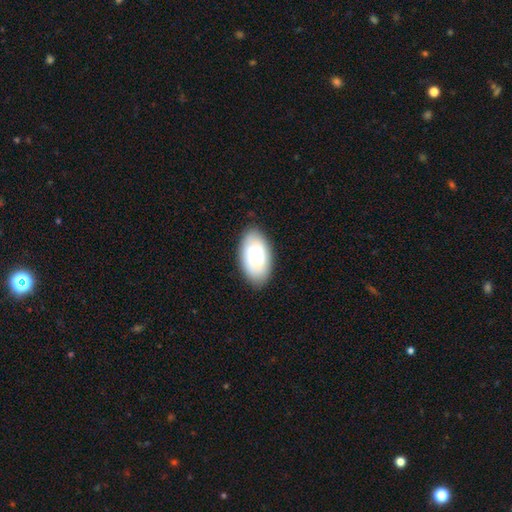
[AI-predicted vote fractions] Smooth or featured?
  - smooth: 74% *
  - featured or disk: 20%
  - star or artifact: 7%
How rounded?
  - in between: 95% *
  - round: 3%
  - cigar-shaped: 2%
Merging?
  - none: 81% *
  - minor disturbance: 14%
  - major disturbance: 3%
  - merger: 1%